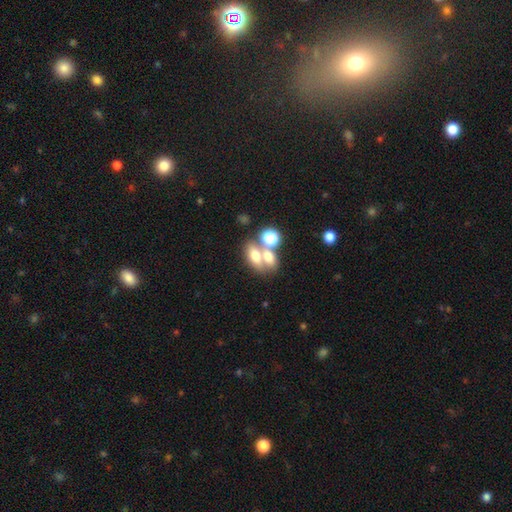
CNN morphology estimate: A smooth galaxy with no disk features (64%) that is in between round and cigar-shaped (72%).

Vote fractions:
- Smooth or featured? smooth: 64% / featured or disk: 22% / star or artifact: 14%
- How rounded? in between: 72% / round: 23% / cigar-shaped: 5%
- Merging? merger: 51% / none: 34% / minor disturbance: 9% / major disturbance: 6%